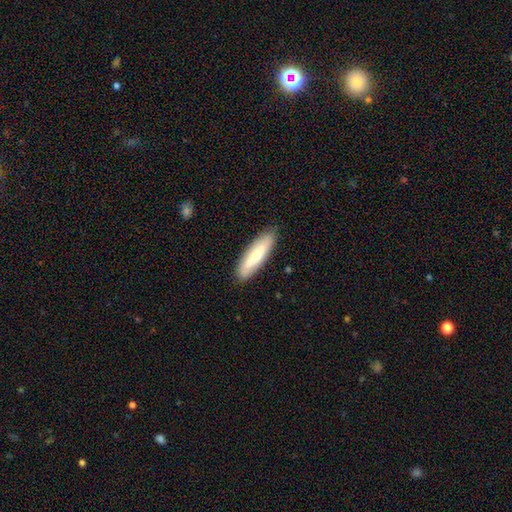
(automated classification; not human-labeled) Smooth or featured?
  - smooth: 65% *
  - featured or disk: 30%
  - star or artifact: 5%
How rounded?
  - cigar-shaped: 64% *
  - in between: 34%
  - round: 2%
Merging?
  - none: 86% *
  - minor disturbance: 11%
  - major disturbance: 2%
  - merger: 1%